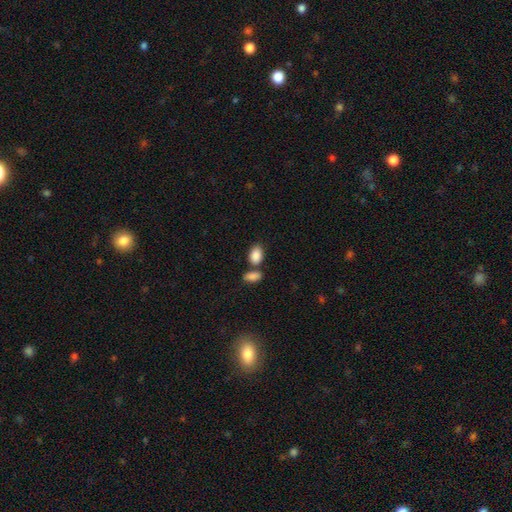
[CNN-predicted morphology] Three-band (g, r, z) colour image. It shows a smooth galaxy with no disk features (87%) that is in between round and cigar-shaped (87%). Merging: none (53%).